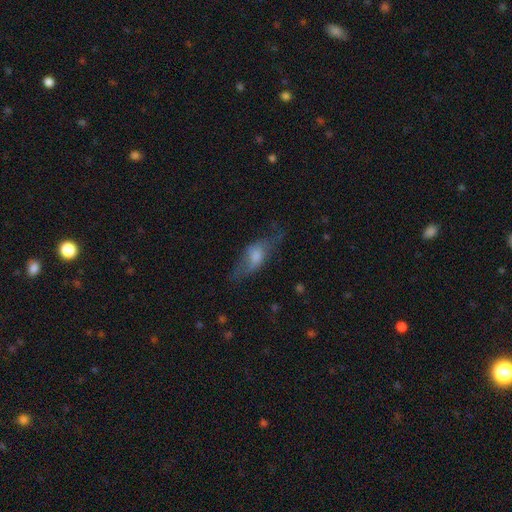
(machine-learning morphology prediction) smooth_or_featured: featured or disk (p=0.46) [alt: smooth p=0.44]
merging: none (p=0.58) [alt: minor disturbance p=0.23]